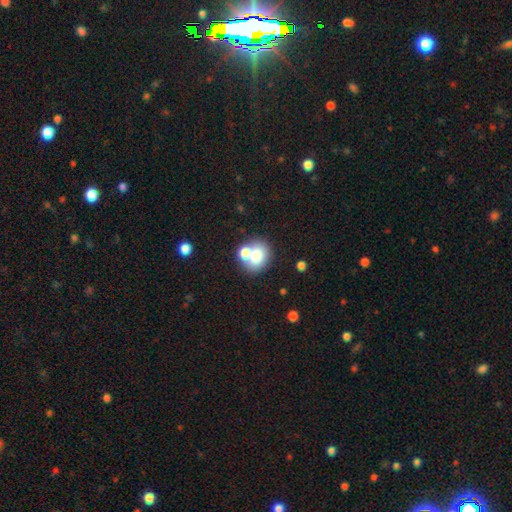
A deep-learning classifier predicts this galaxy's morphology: type=smooth (74%); roundness=round (62%); merging=none (49%).